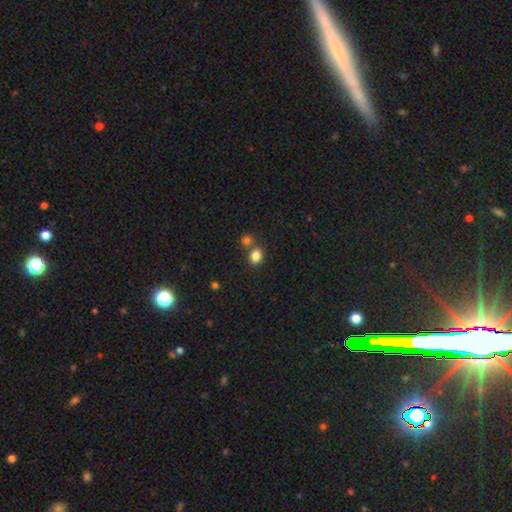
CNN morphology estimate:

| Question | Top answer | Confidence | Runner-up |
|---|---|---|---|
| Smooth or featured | smooth | 82% | star or artifact (12%) |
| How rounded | round | 54% | in between (45%) |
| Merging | none | 56% | merger (31%) |